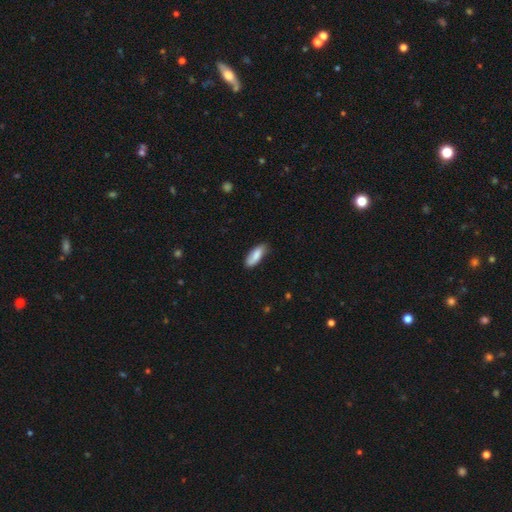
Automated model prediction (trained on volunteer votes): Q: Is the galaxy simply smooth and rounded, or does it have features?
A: smooth — 81%.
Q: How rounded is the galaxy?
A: in between — 73%.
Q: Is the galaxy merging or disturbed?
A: none — 75%.